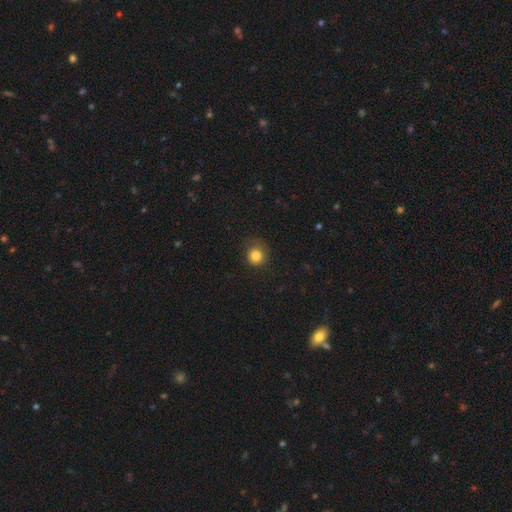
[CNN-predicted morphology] This is clearly a smooth galaxy (83%). How rounded: clearly round (90%). Merging: likely none (74%).